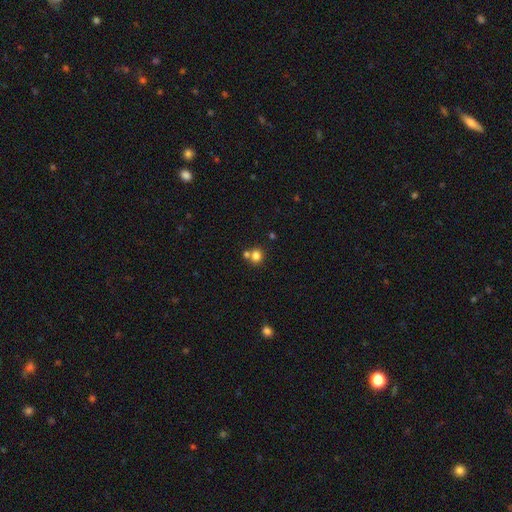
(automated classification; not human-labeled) Smooth or featured: smooth — 80% (star or artifact — 13%)
How rounded: round — 86% (in between — 13%)
Merging: none — 59% (merger — 31%)